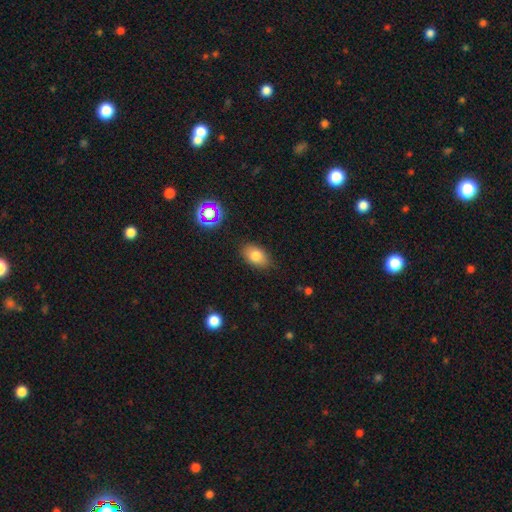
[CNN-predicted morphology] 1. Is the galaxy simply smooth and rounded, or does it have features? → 79% smooth, 11% star or artifact, 10% featured or disk.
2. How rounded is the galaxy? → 86% in between, 13% round, 1% cigar-shaped.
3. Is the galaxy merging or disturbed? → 84% none, 12% minor disturbance, 3% major disturbance, 2% merger.